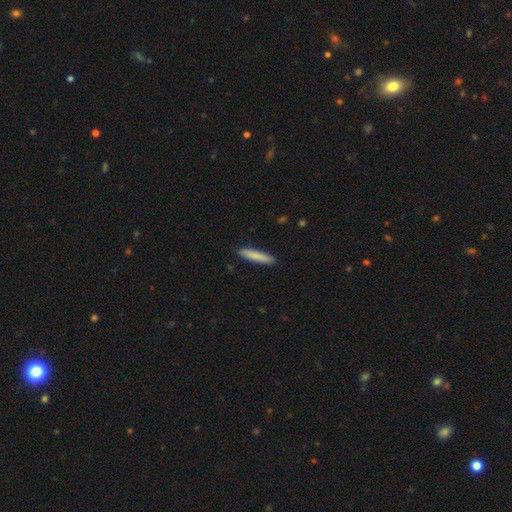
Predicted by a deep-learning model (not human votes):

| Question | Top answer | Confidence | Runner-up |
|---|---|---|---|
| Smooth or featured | smooth | 83% | featured or disk (11%) |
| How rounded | cigar-shaped | 89% | in between (10%) |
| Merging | none | 89% | minor disturbance (8%) |